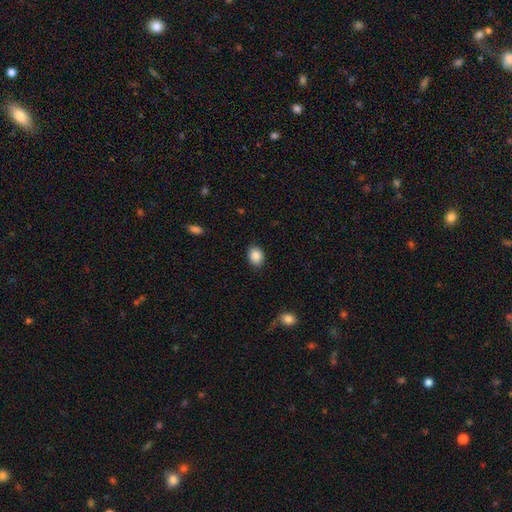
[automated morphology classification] This appears to be a smooth galaxy with no disk features (88%) that is in between round and cigar-shaped (52%). Merging: none (86%).